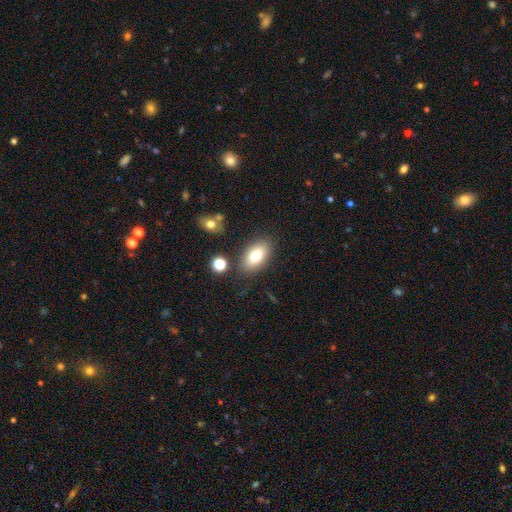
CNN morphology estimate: This is likely a smooth galaxy (77%). How rounded: clearly in between (90%). Merging: clearly none (82%).